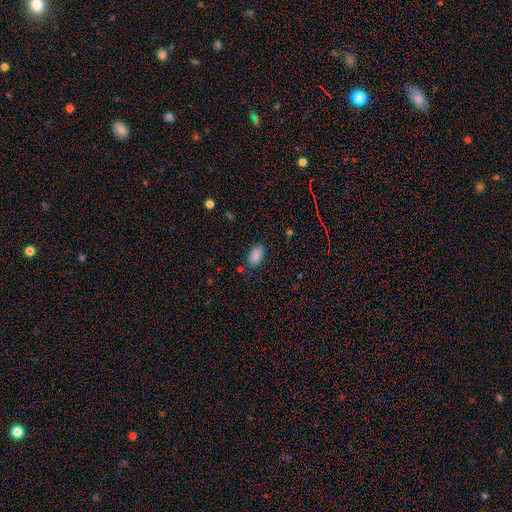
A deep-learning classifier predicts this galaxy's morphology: smooth_or_featured: smooth (p=0.85) [alt: star or artifact p=0.09]
how_rounded: in between (p=0.91) [alt: round p=0.08]
merging: none (p=0.76) [alt: minor disturbance p=0.17]